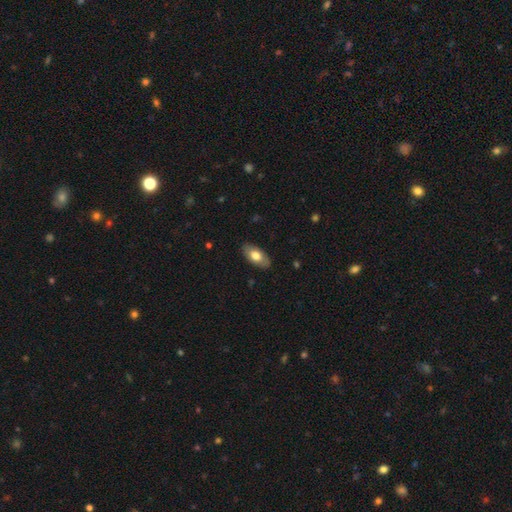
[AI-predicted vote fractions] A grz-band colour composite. It shows a smooth galaxy with no disk features (69%) that is in between round and cigar-shaped (92%). Merging: none (85%).